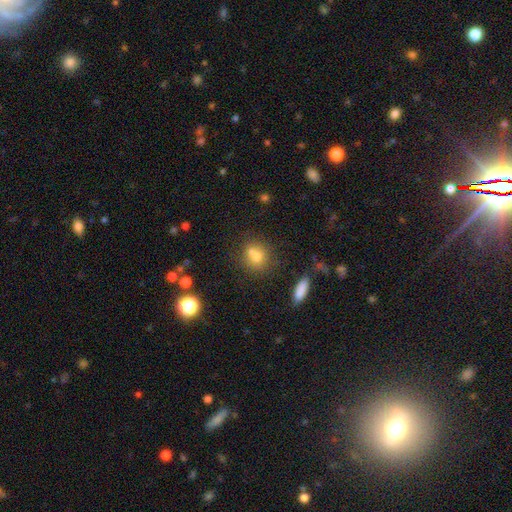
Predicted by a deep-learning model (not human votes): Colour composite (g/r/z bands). It shows a smooth galaxy with no disk features (69%) that is round (74%). Merging: none (47%).